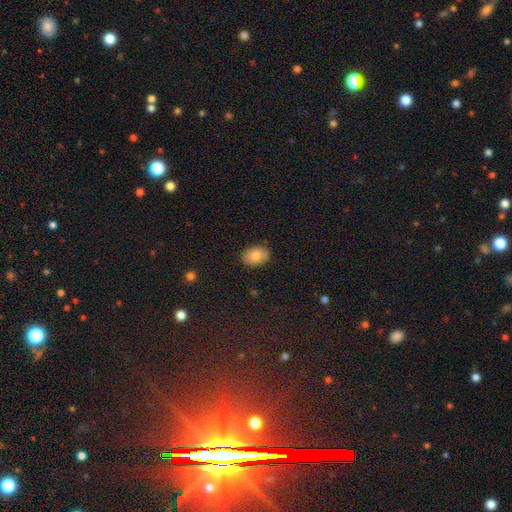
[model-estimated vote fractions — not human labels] Smooth or featured? Predicted: smooth (p=0.79). How rounded? Predicted: in between (p=0.81). Merging? Predicted: none (p=0.88).